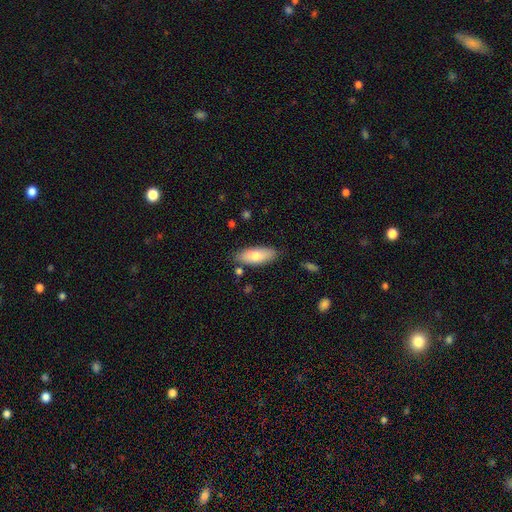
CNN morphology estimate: smooth 74%, featured or disk 20%, star or artifact 6%. Down the decision tree: how rounded — in between (76%); merging — none (82%).